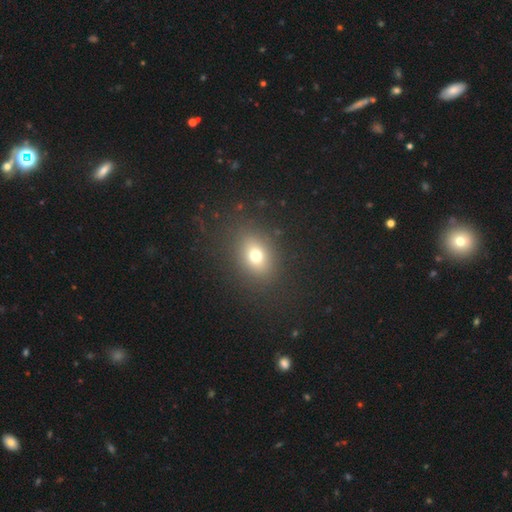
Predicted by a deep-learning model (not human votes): Morphology: type=smooth (71%); roundness=in between (52%); merging=none (85%).